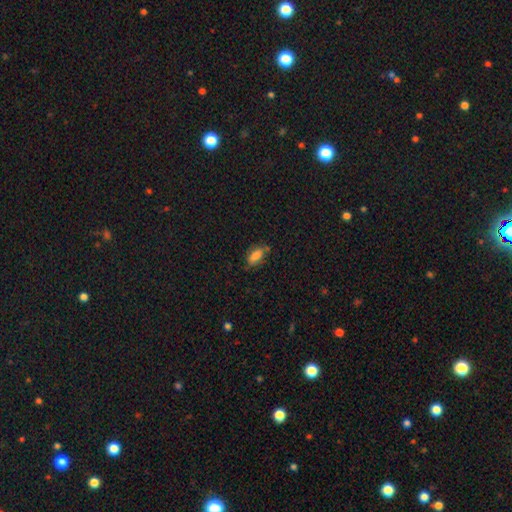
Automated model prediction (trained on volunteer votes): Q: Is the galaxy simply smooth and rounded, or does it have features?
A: smooth — 80%.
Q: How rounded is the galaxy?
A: in between — 82%.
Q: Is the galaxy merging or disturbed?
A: none — 61%.